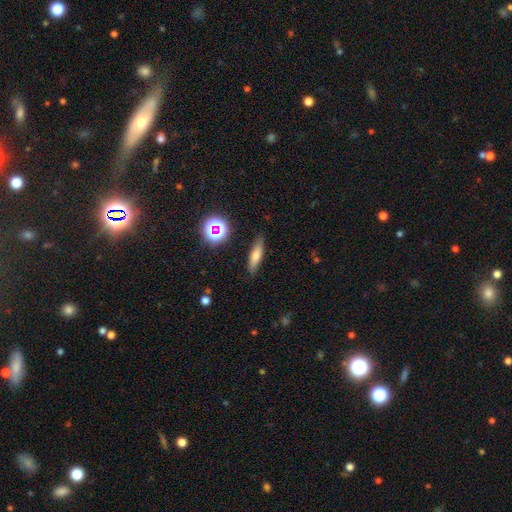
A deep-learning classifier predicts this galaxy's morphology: Smooth or featured? Predicted: smooth (p=0.64). How rounded? Predicted: cigar-shaped (p=0.67). Merging? Predicted: none (p=0.84).